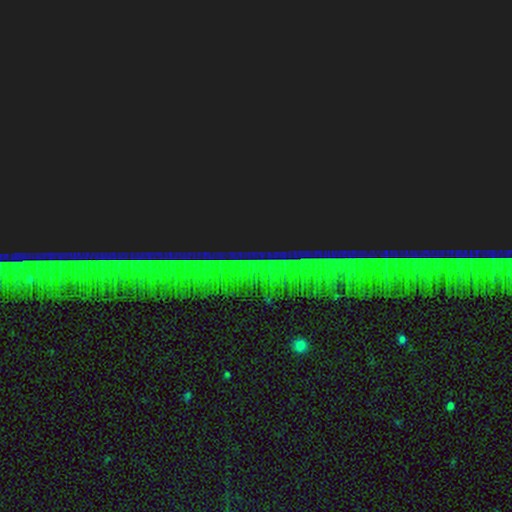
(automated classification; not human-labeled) A star or artifact, not a galaxy (86%).